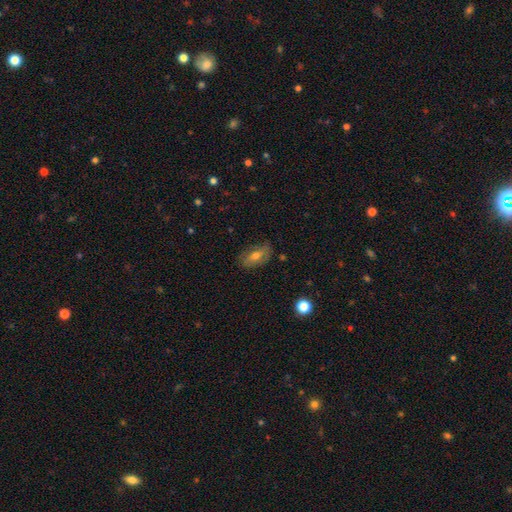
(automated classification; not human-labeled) smooth 53%, featured or disk 38%, star or artifact 9%. Down the decision tree: how rounded — in between (85%); merging — none (78%).